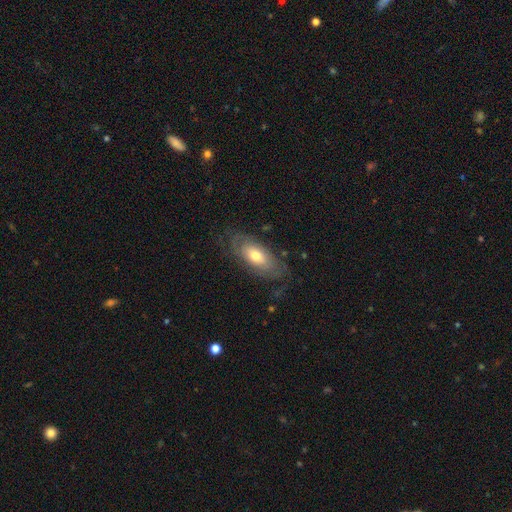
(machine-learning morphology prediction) smooth-or-featured: smooth: 47% | featured or disk: 46% | star or artifact: 7%
  merging: none: 69% | minor disturbance: 20% | major disturbance: 10% | merger: 1%